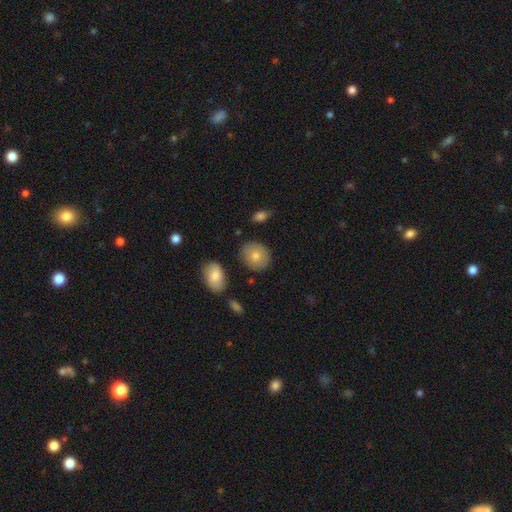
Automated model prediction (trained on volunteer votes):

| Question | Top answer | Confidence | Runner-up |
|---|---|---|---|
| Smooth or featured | smooth | 76% | featured or disk (17%) |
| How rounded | round | 68% | in between (31%) |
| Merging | none | 81% | minor disturbance (13%) |